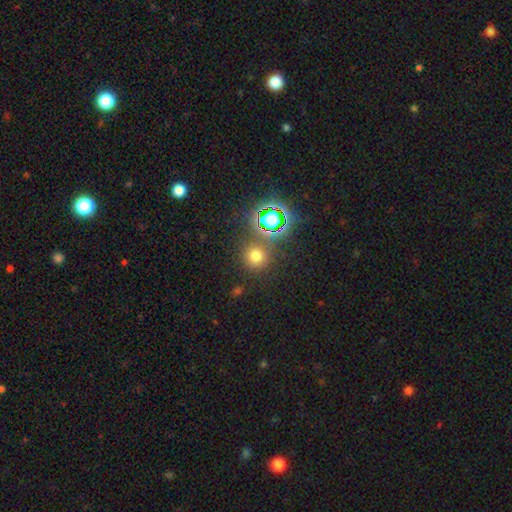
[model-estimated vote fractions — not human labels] Smooth or featured: smooth — 63% (star or artifact — 30%)
How rounded: round — 91% (in between — 7%)
Merging: none — 81% (minor disturbance — 9%)